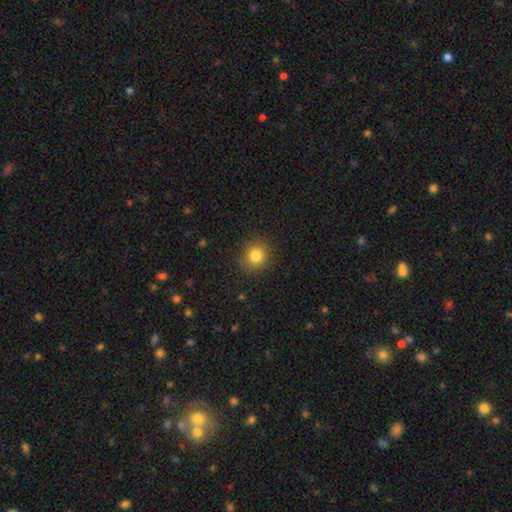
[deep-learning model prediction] This appears to be a smooth galaxy with no disk features (83%) that is round (83%). Merging: none (88%).